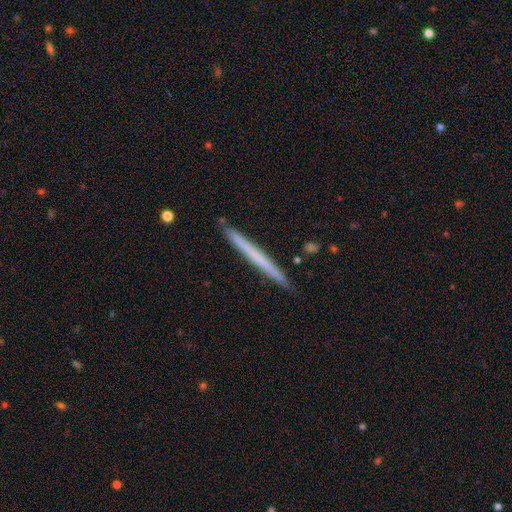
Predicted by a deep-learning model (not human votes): This is possibly a smooth galaxy (54%). How rounded: clearly cigar-shaped (98%). Merging: clearly none (91%).